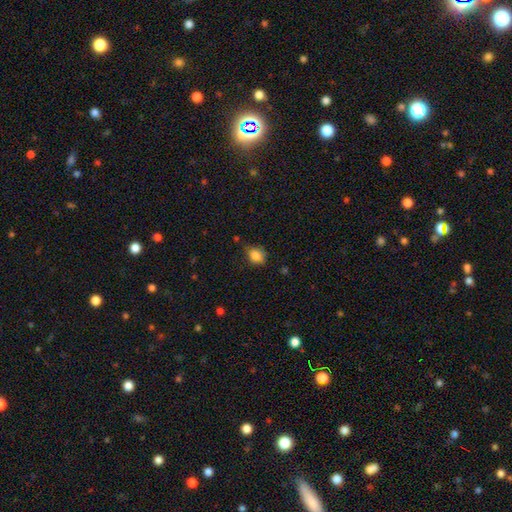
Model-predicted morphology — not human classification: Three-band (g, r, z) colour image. It shows a smooth galaxy with no disk features (85%) that is in between round and cigar-shaped (57%). Merging: none (60%).